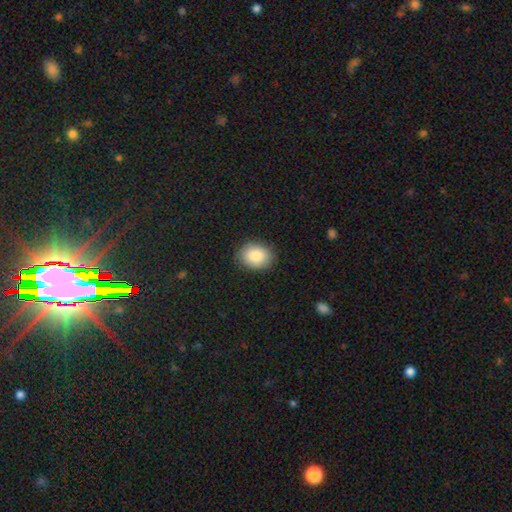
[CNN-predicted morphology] This appears to be a smooth galaxy with no disk features (87%) that is in between round and cigar-shaped (57%). Merging: none (88%).